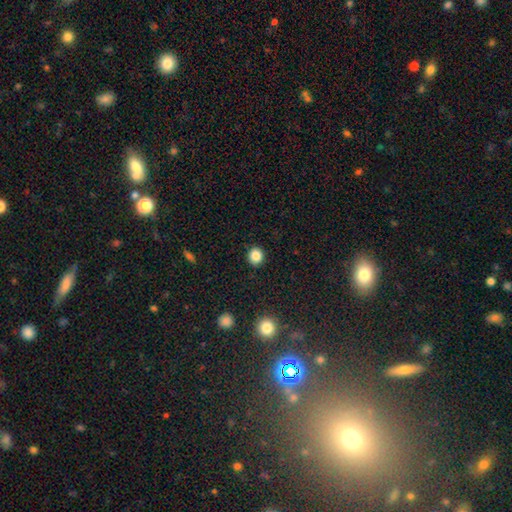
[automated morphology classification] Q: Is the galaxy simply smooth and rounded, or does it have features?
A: smooth — 84%.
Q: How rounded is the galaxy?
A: round — 87%.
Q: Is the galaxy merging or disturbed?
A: none — 91%.